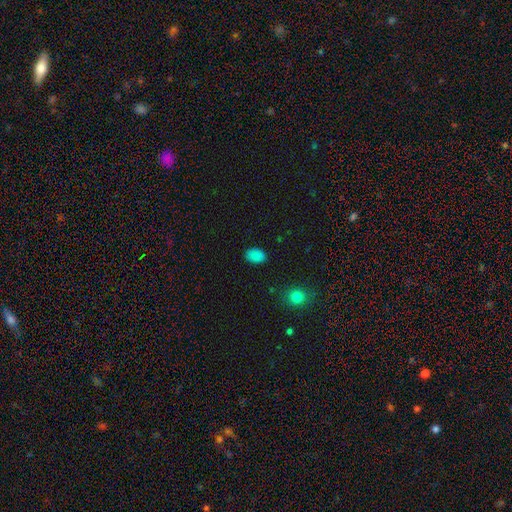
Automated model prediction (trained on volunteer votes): Morphology: type=smooth (86%); roundness=in between (83%); merging=none (86%).